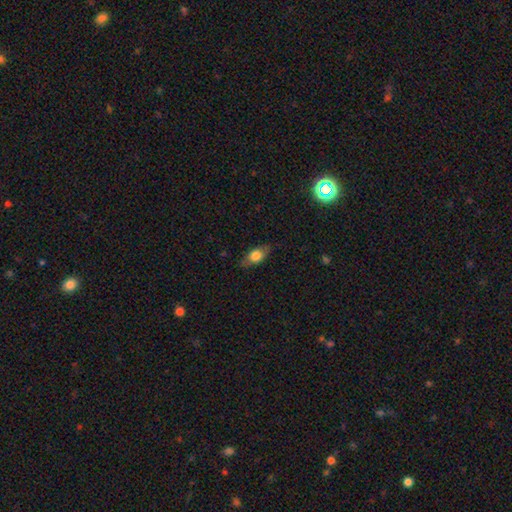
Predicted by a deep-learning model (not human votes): The model was most divided on "smooth or featured": smooth: 67%, featured or disk: 25%, star or artifact: 8%. More confident: merging — none (77%); how rounded — in between (77%).